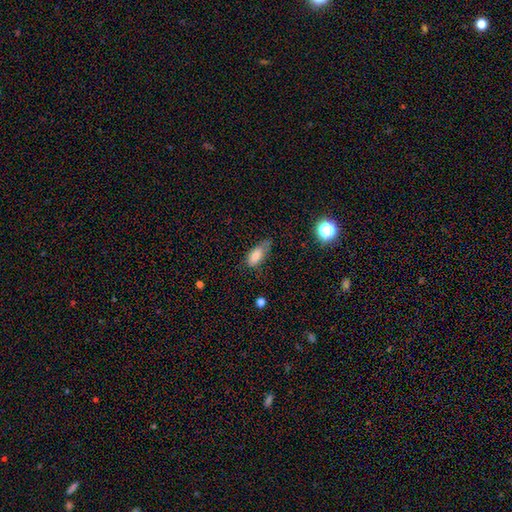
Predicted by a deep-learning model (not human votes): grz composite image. It shows a smooth galaxy with no disk features (78%) that is in between round and cigar-shaped (85%). Merging: none (43%).